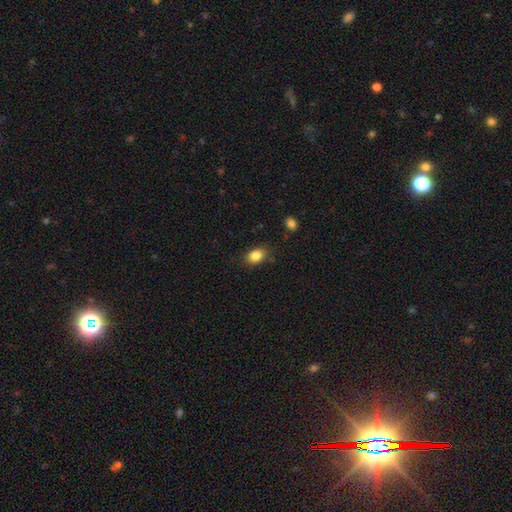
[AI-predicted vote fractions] This appears to be a smooth galaxy with no disk features (85%) that is in between round and cigar-shaped (73%). Merging: none (82%).